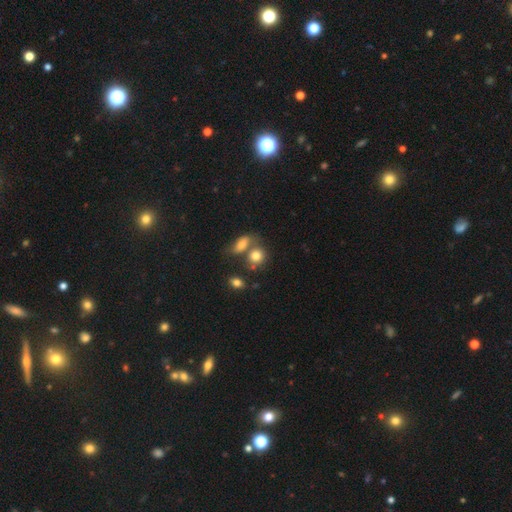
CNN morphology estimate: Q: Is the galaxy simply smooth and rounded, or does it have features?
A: smooth — 79%.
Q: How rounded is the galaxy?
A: round — 61%.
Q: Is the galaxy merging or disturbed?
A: none — 43%.